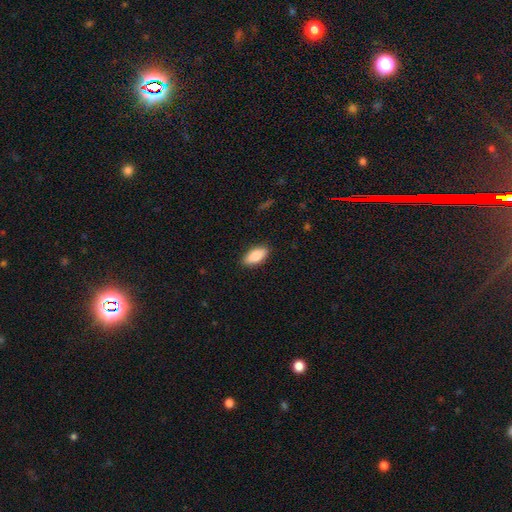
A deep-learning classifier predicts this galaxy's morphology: smooth-or-featured: smooth: 84% | featured or disk: 10% | star or artifact: 6%
  how-rounded: in between: 87% | cigar-shaped: 10% | round: 2%
  merging: none: 88% | minor disturbance: 9% | major disturbance: 2% | merger: 1%